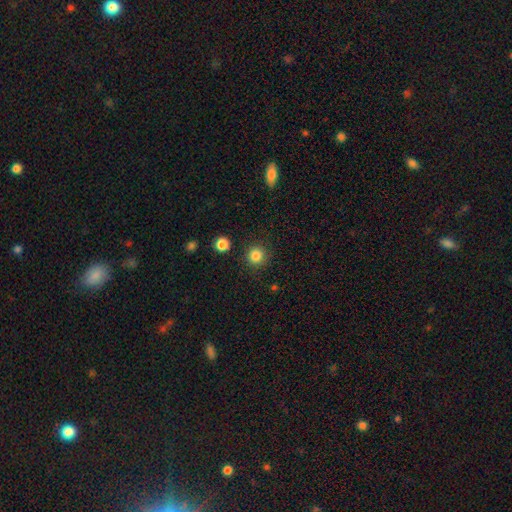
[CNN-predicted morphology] The model was most divided on "smooth or featured": smooth: 84%, star or artifact: 12%, featured or disk: 4%. More confident: how rounded — round (95%); merging — none (90%).